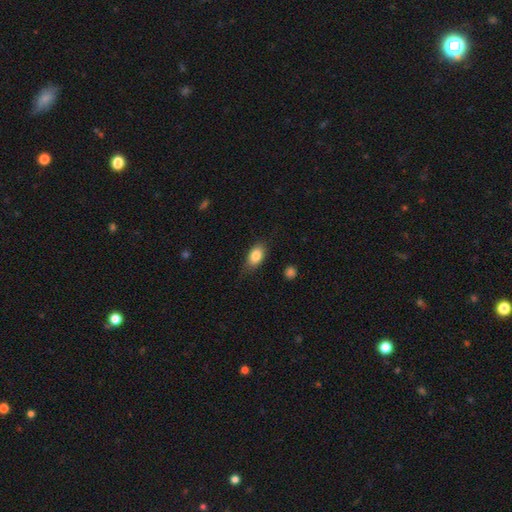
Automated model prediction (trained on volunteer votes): Smooth or featured: smooth — 83% (featured or disk — 9%)
How rounded: in between — 87% (round — 10%)
Merging: none — 77% (minor disturbance — 18%)